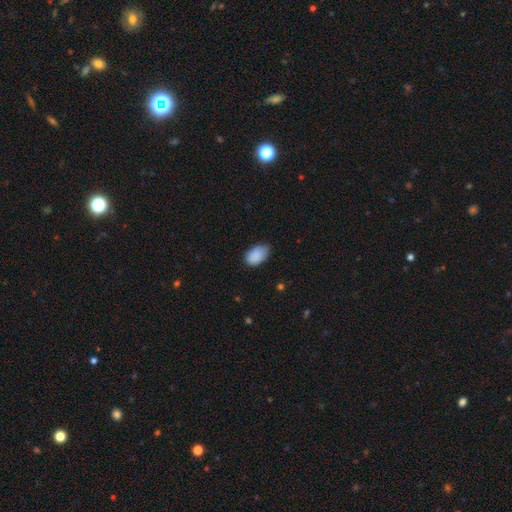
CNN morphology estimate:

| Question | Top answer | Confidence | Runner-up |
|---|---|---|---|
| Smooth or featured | smooth | 89% | star or artifact (7%) |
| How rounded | in between | 90% | round (9%) |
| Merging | none | 60% | minor disturbance (35%) |